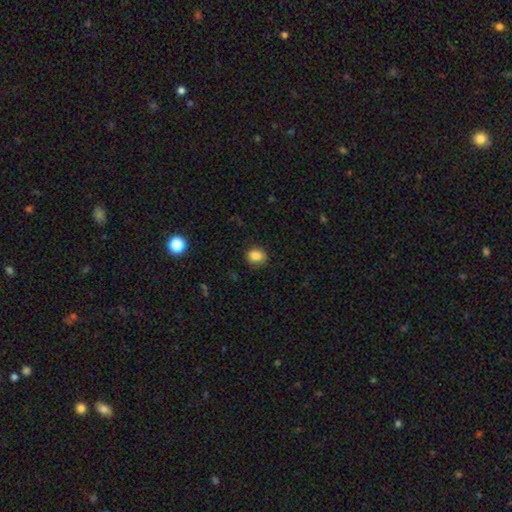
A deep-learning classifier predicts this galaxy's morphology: smooth-or-featured: smooth: 85% | star or artifact: 10% | featured or disk: 5%
  how-rounded: round: 58% | in between: 41% | cigar-shaped: 1%
  merging: none: 84% | minor disturbance: 13% | major disturbance: 3% | merger: 1%